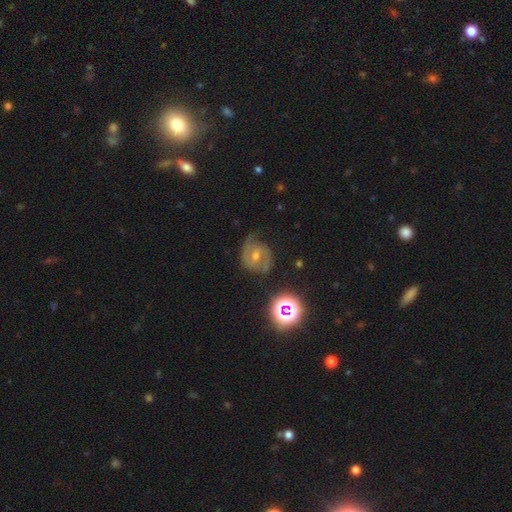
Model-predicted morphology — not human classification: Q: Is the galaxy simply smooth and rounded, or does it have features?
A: featured or disk — 76%.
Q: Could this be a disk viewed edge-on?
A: no — 97%.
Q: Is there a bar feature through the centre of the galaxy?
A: weak — 48%.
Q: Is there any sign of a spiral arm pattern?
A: yes — 94%.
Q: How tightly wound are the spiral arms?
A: medium — 46%.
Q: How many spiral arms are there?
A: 2 — 78%.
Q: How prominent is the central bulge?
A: moderate — 56%.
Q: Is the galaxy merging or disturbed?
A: none — 73%.